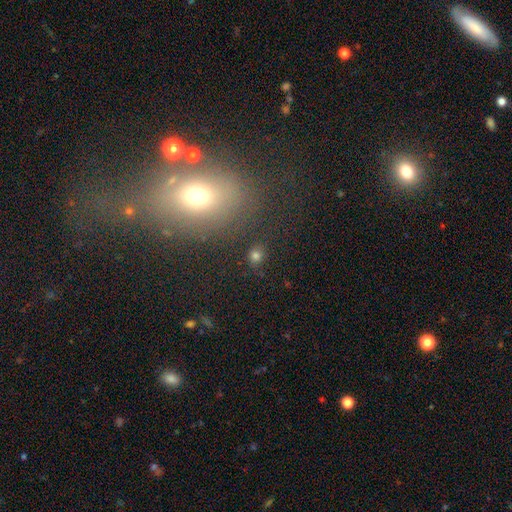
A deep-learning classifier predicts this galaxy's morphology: type=smooth (75%); roundness=round (67%); merging=none (82%).